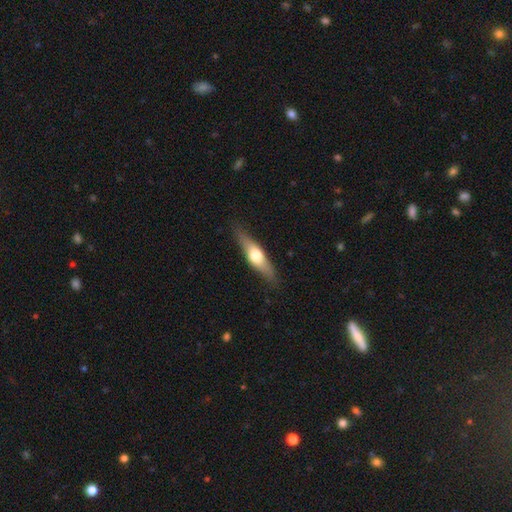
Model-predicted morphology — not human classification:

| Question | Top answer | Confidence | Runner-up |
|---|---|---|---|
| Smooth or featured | featured or disk | 51% | smooth (44%) |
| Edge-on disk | yes | 89% | no (11%) |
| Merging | none | 84% | minor disturbance (12%) |